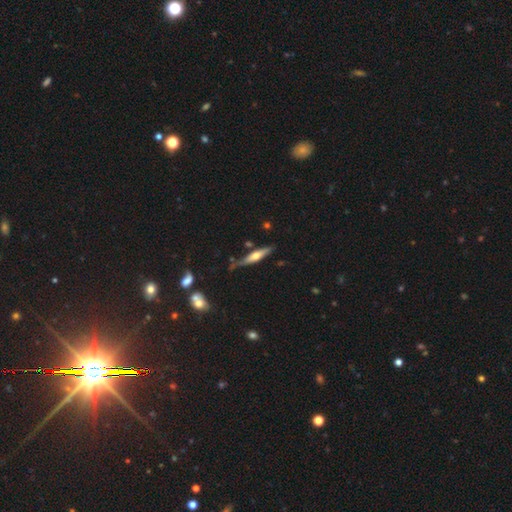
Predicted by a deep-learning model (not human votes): Morphology: type=featured or disk (58%); edge-on=yes (93%); edge-on bulge=rounded (87%); merging=none (71%).